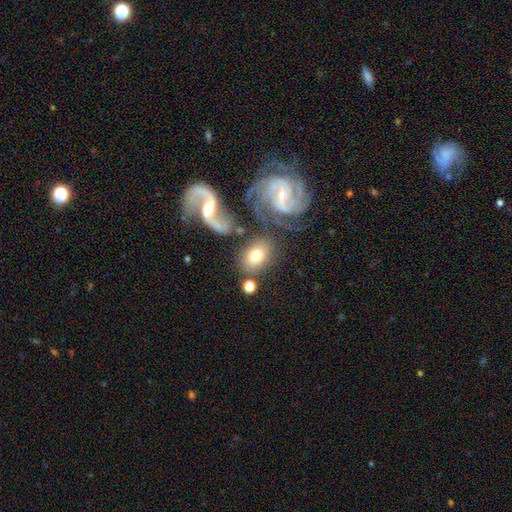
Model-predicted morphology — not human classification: Q: Smooth or featured?
A: smooth (65%); runner-up: featured or disk (27%)
Q: How rounded?
A: in between (71%); runner-up: round (27%)
Q: Merging?
A: none (64%); runner-up: minor disturbance (15%)